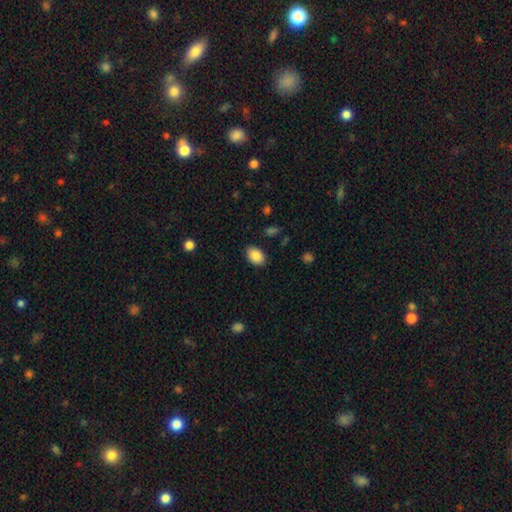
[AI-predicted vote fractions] smooth 88%, star or artifact 7%, featured or disk 5%. Down the decision tree: how rounded — in between (84%); merging — none (86%).